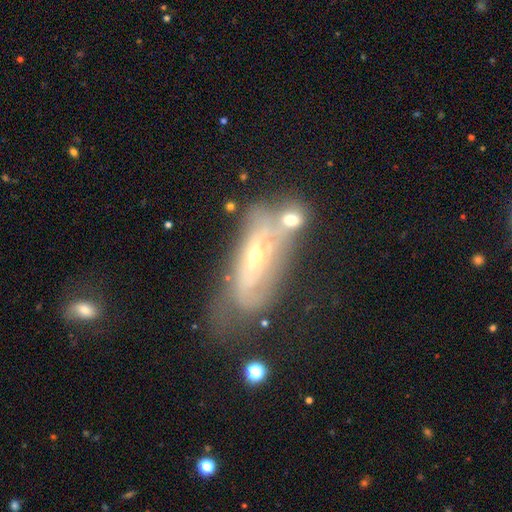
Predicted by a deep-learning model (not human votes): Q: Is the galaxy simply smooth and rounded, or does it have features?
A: featured or disk — 71%.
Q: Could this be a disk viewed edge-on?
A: no — 76%.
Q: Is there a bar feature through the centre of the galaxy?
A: no — 59%.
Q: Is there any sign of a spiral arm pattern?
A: yes — 61%.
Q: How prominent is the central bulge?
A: small — 59%.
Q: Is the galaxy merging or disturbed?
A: none — 37%.